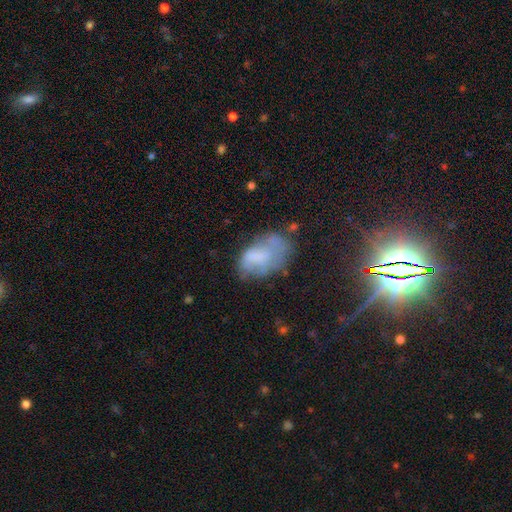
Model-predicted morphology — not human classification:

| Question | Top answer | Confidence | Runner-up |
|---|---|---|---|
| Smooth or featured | smooth | 51% | featured or disk (35%) |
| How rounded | in between | 89% | round (9%) |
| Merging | none | 49% | minor disturbance (29%) |